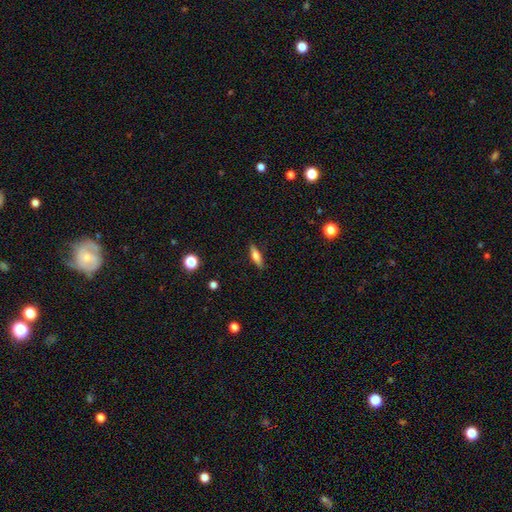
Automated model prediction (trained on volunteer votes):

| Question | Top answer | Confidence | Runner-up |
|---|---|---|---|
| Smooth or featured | smooth | 60% | featured or disk (32%) |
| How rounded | cigar-shaped | 58% | in between (39%) |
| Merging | none | 87% | minor disturbance (9%) |